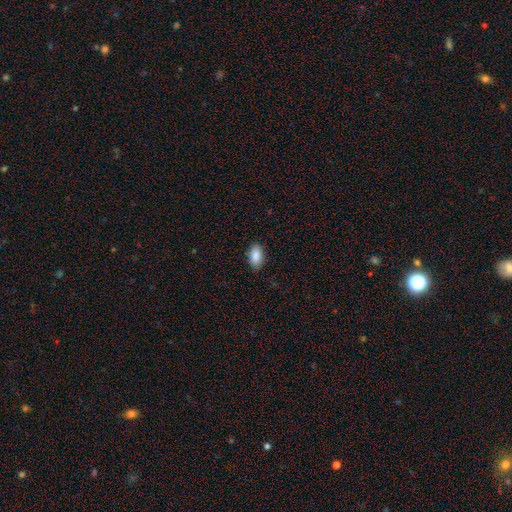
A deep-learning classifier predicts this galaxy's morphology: A smooth galaxy with no disk features (89%) that is in between round and cigar-shaped (92%). Merging: none (85%).